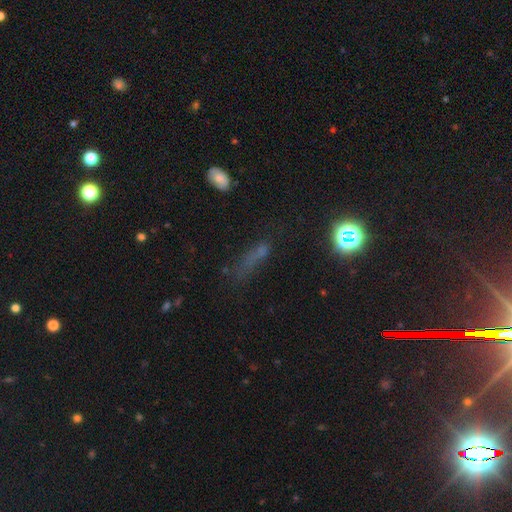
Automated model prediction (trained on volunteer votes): A smooth galaxy with no disk features (45%). Merging: none (47%).